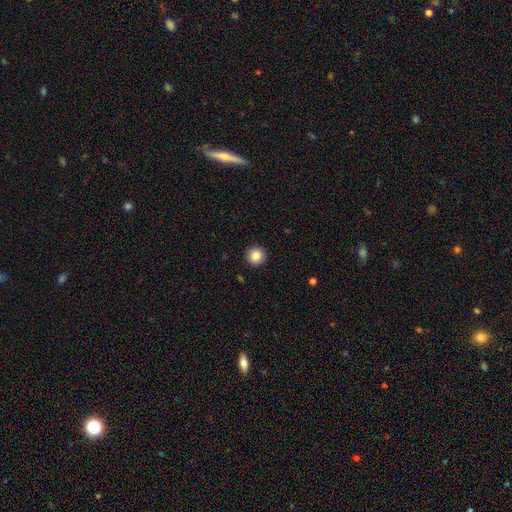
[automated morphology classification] smooth_or_featured: smooth (p=0.85) [alt: star or artifact p=0.09]
how_rounded: round (p=0.96) [alt: in between p=0.03]
merging: none (p=0.93) [alt: minor disturbance p=0.04]